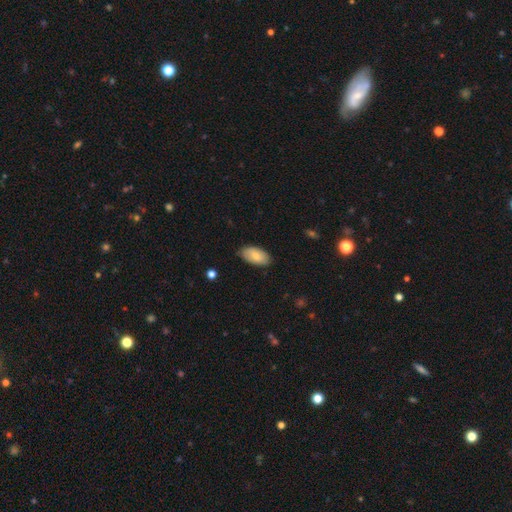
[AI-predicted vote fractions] Smooth or featured? smooth (80%)
How rounded? in between (95%)
Merging? none (77%)